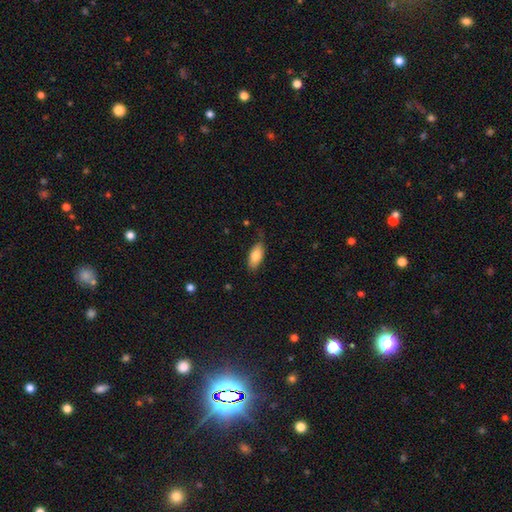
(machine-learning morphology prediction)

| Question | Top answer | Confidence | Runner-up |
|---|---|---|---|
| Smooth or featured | smooth | 81% | featured or disk (13%) |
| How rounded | in between | 87% | cigar-shaped (11%) |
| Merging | none | 77% | minor disturbance (18%) |